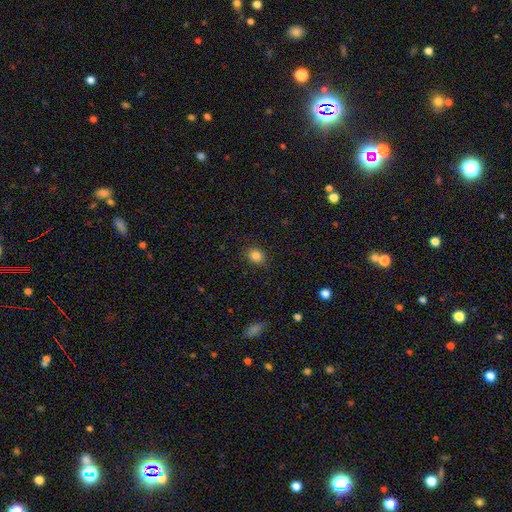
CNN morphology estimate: Smooth or featured?
  - smooth: 85% *
  - star or artifact: 11%
  - featured or disk: 4%
How rounded?
  - round: 55% *
  - in between: 44%
  - cigar-shaped: 1%
Merging?
  - none: 84% *
  - minor disturbance: 11%
  - major disturbance: 3%
  - merger: 1%